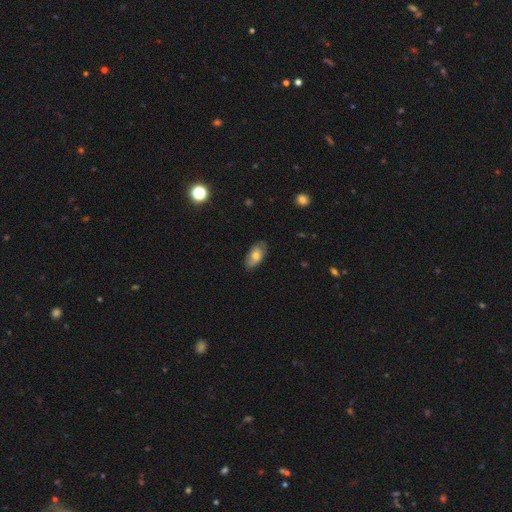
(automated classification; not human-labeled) Smooth or featured? smooth (64%)
How rounded? in between (91%)
Merging? none (81%)